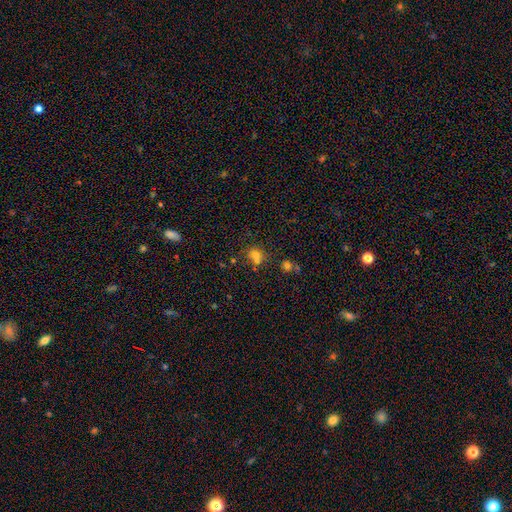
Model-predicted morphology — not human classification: Smooth or featured? smooth (68%)
How rounded? round (78%)
Merging? none (53%)